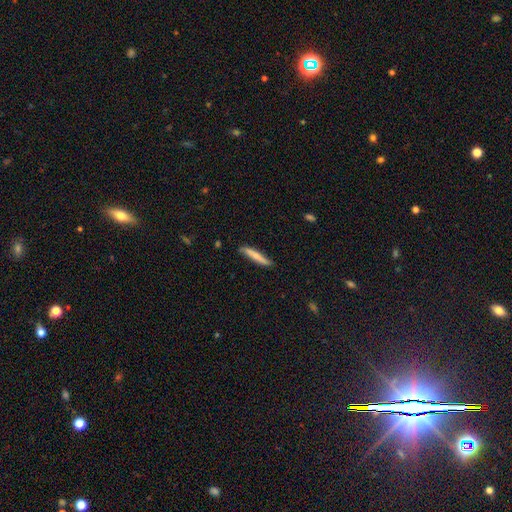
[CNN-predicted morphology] Smooth or featured? smooth (65%)
How rounded? cigar-shaped (93%)
Merging? none (82%)